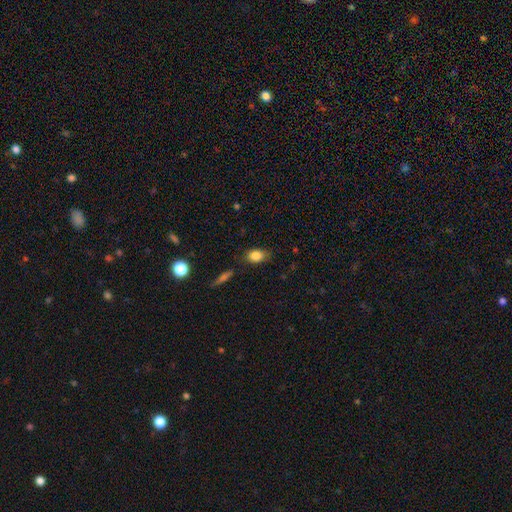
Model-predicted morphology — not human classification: smooth 85%, star or artifact 8%, featured or disk 7%. Down the decision tree: how rounded — in between (82%); merging — none (80%).